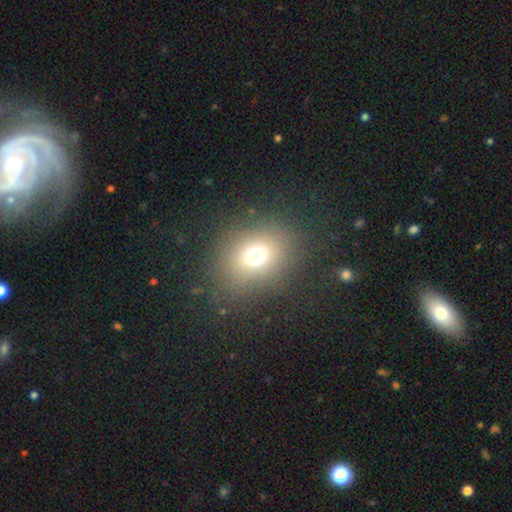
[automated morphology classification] This appears to be a smooth galaxy with no disk features (68%) that is round (61%). Merging: none (82%).